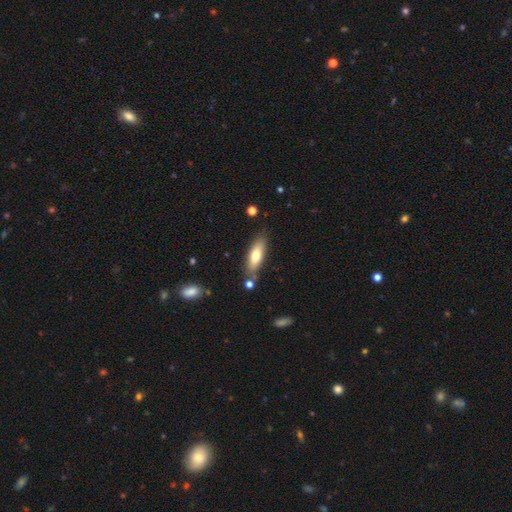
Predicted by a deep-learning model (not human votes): smooth 68%, featured or disk 26%, star or artifact 6%. Down the decision tree: how rounded — cigar-shaped (50%); merging — none (76%).